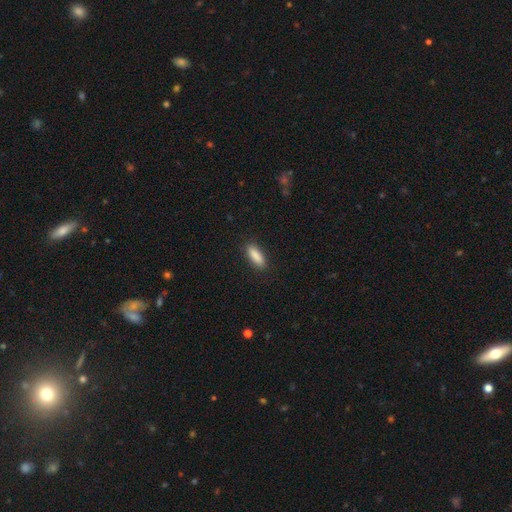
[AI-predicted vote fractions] A smooth galaxy with no disk features (89%) that is in between round and cigar-shaped (58%).

Vote fractions:
- Smooth or featured? smooth: 89% / star or artifact: 6% / featured or disk: 5%
- How rounded? in between: 58% / cigar-shaped: 40% / round: 2%
- Merging? none: 88% / minor disturbance: 8% / major disturbance: 2% / merger: 1%